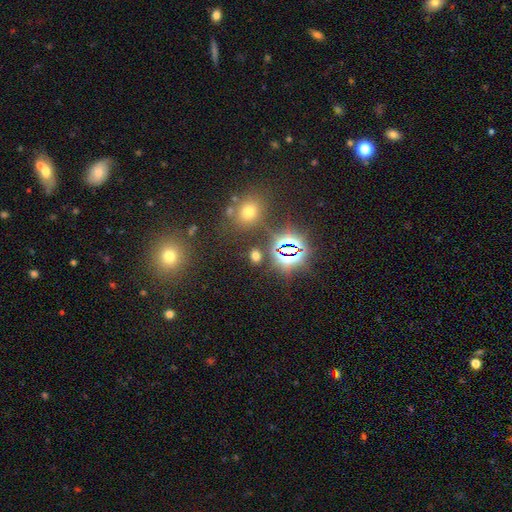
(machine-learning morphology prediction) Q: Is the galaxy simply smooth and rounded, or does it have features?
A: smooth — 49%.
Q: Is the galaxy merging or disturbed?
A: none — 82%.